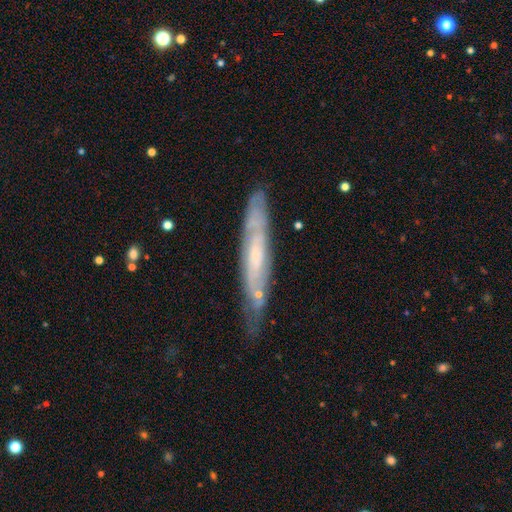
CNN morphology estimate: Smooth or featured: featured or disk — 65% (smooth — 28%)
Edge-on disk: yes — 65% (no — 35%)
Merging: none — 72% (minor disturbance — 21%)